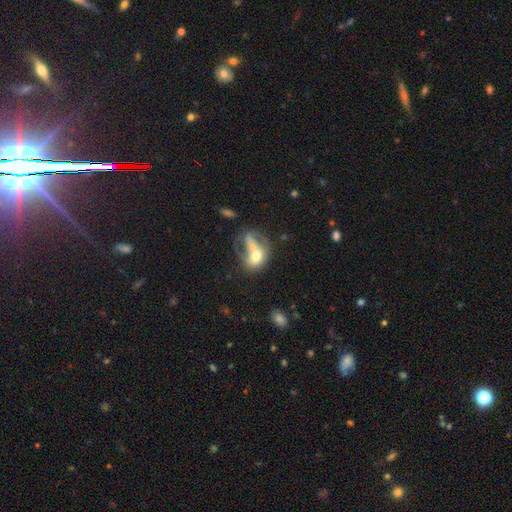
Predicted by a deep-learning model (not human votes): This is possibly a smooth galaxy (52%). How rounded: likely in between (71%). Merging: possibly merger (58%).